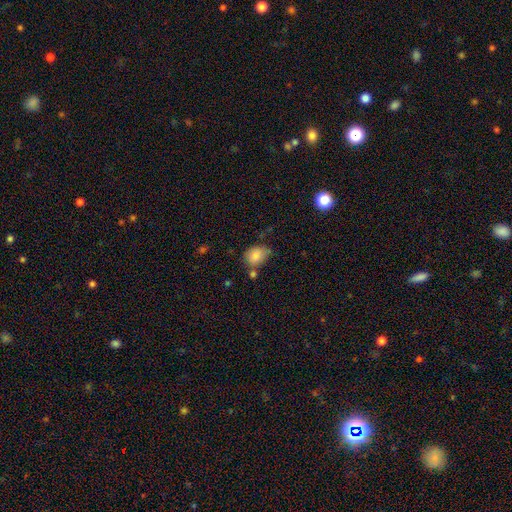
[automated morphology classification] Q: Smooth or featured?
A: smooth (83%); runner-up: star or artifact (9%)
Q: How rounded?
A: in between (65%); runner-up: round (34%)
Q: Merging?
A: none (52%); runner-up: minor disturbance (29%)